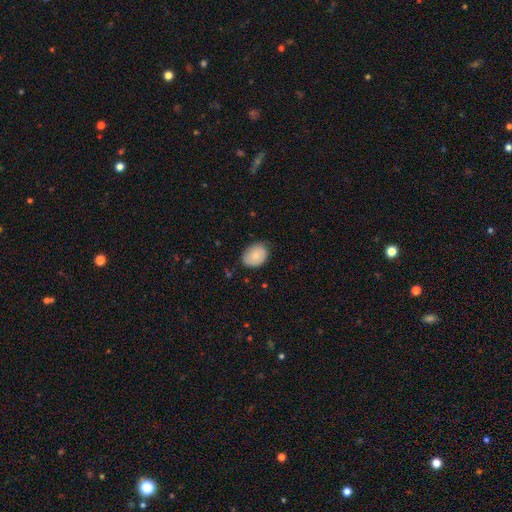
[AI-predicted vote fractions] The model was most divided on "how rounded": in between: 69%, round: 30%, cigar-shaped: 1%. More confident: smooth or featured — smooth (78%); merging — none (74%).